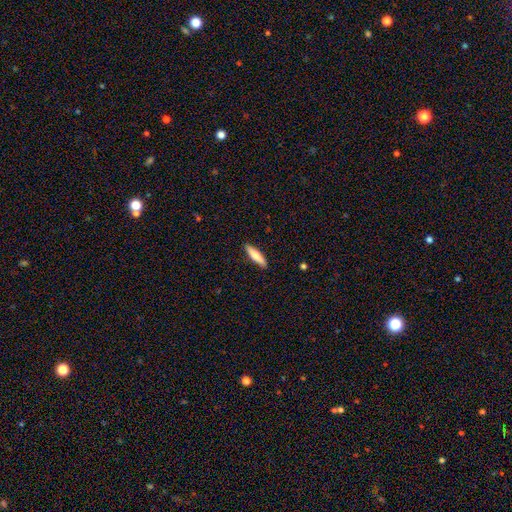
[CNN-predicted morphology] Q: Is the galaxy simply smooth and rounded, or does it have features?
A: smooth — 74%.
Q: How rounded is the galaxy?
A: cigar-shaped — 79%.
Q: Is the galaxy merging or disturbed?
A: none — 90%.